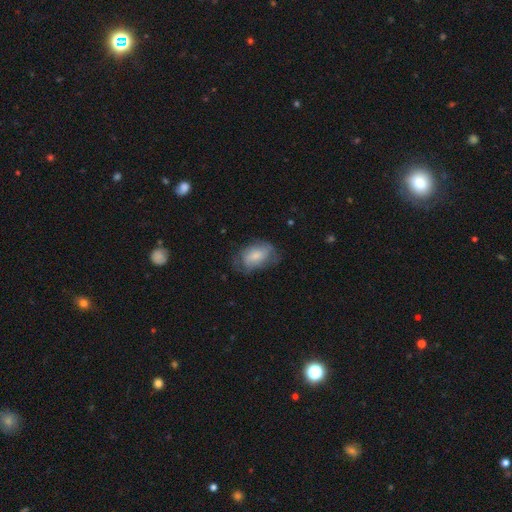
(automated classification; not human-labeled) Morphology: type=smooth (61%); roundness=in between (88%); merging=none (54%).